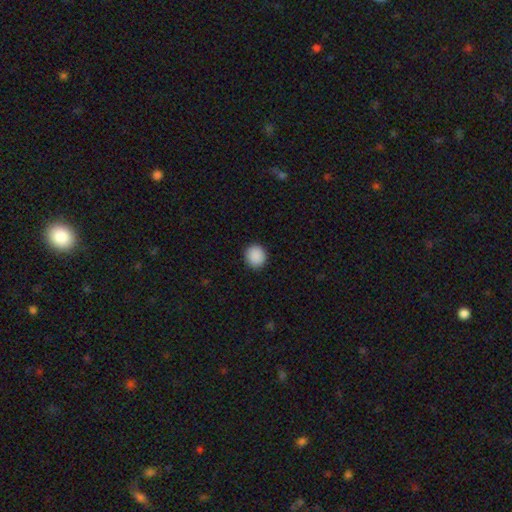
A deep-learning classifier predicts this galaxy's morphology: Smooth or featured?
  - smooth: 90% *
  - star or artifact: 8%
  - featured or disk: 2%
How rounded?
  - round: 87% *
  - in between: 12%
  - cigar-shaped: 1%
Merging?
  - none: 92% *
  - minor disturbance: 6%
  - major disturbance: 2%
  - merger: 1%